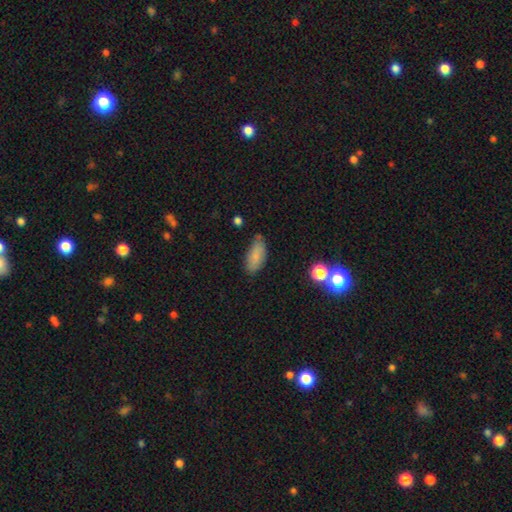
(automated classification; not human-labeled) This appears to be a smooth galaxy with no disk features (81%) that is in between round and cigar-shaped (85%). Merging: none (73%).